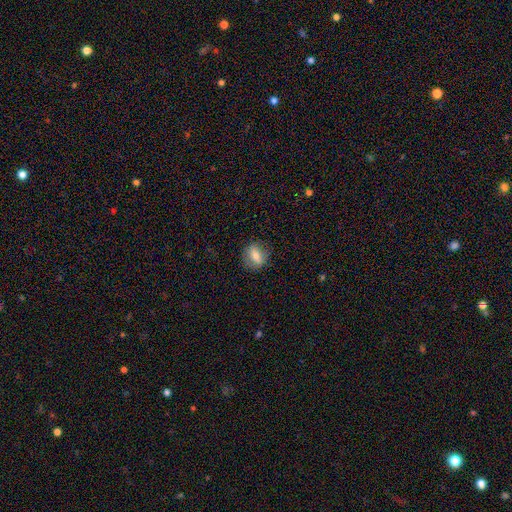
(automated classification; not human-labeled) Smooth or featured?
  - smooth: 65% *
  - featured or disk: 26%
  - star or artifact: 9%
How rounded?
  - in between: 48% *
  - round: 47%
  - cigar-shaped: 4%
Merging?
  - none: 81% *
  - minor disturbance: 13%
  - major disturbance: 4%
  - merger: 1%